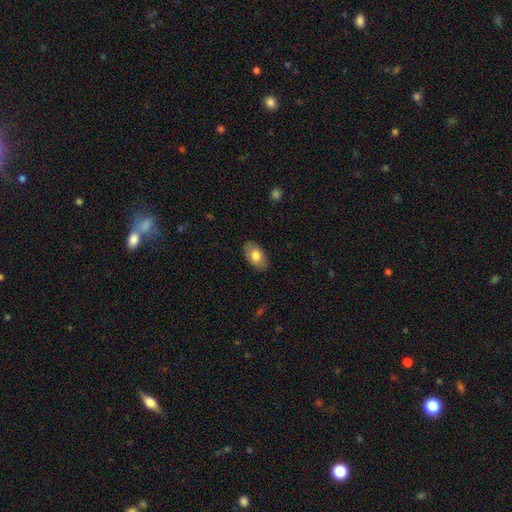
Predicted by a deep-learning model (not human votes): Q: Smooth or featured?
A: smooth (76%); runner-up: featured or disk (18%)
Q: How rounded?
A: in between (92%); runner-up: round (7%)
Q: Merging?
A: none (84%); runner-up: minor disturbance (12%)